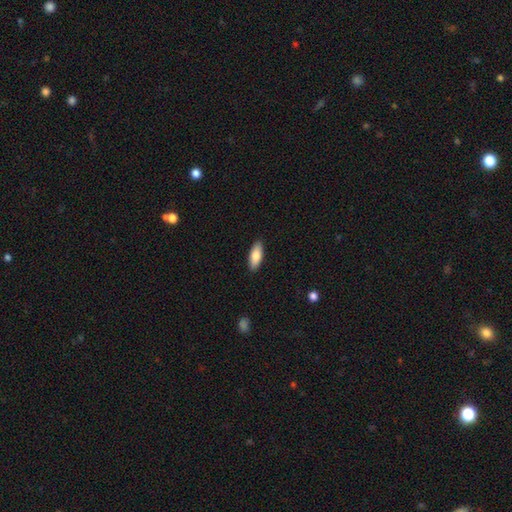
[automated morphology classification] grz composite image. It shows a smooth galaxy with no disk features (81%) that is in between round and cigar-shaped (75%). Merging: none (89%).